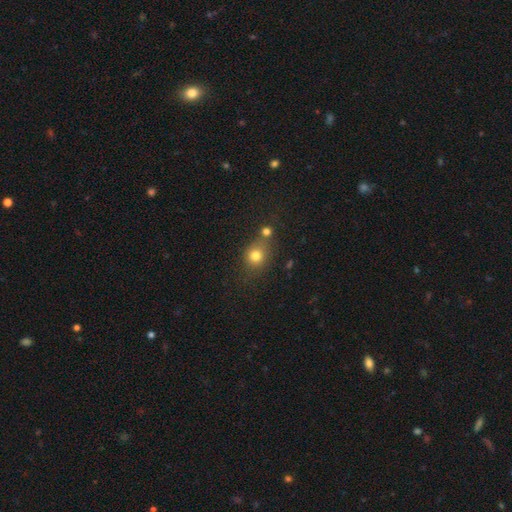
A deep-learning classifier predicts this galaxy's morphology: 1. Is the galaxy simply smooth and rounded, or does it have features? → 77% smooth, 14% star or artifact, 9% featured or disk.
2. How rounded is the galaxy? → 72% round, 27% in between, 1% cigar-shaped.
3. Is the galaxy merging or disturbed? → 59% none, 22% merger, 14% minor disturbance, 6% major disturbance.